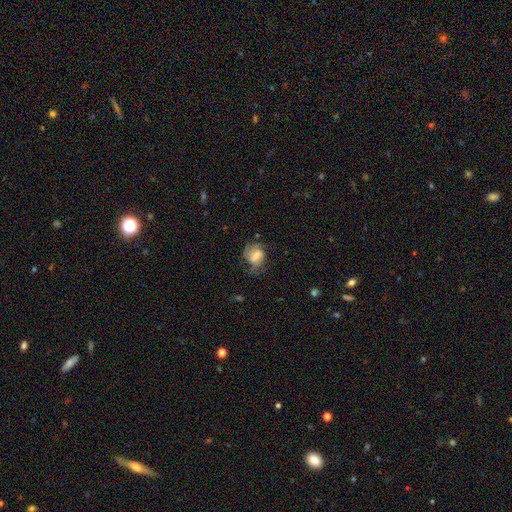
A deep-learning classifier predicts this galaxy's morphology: This appears to be a featured or disk galaxy (51%). Merging: none (46%).